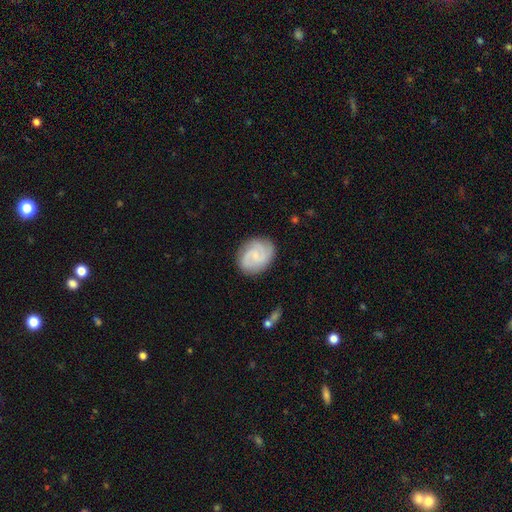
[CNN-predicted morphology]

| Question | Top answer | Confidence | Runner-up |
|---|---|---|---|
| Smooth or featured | featured or disk | 70% | smooth (24%) |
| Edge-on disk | no | 98% | yes (2%) |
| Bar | no | 52% | weak (42%) |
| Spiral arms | yes | 95% | no (5%) |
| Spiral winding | medium | 46% | tight (37%) |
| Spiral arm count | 2 | 50% | 3 (23%) |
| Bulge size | small | 65% | none (17%) |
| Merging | none | 82% | minor disturbance (13%) |